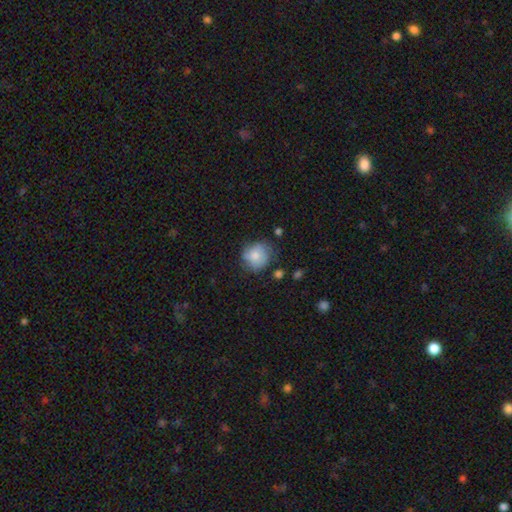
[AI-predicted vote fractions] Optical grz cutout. It shows a smooth galaxy with no disk features (68%) that is round (83%). Merging: none (63%).